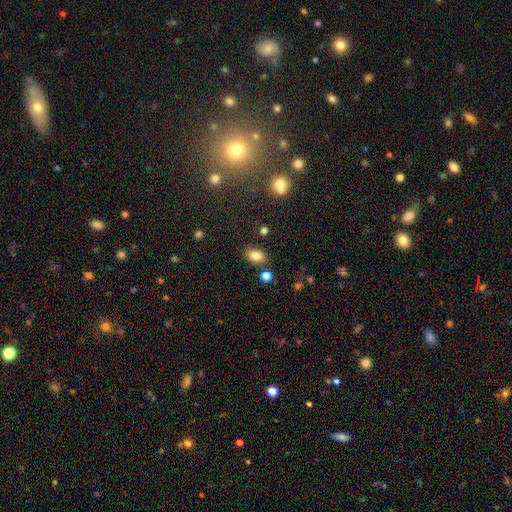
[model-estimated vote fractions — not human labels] Q: Smooth or featured?
A: smooth (83%); runner-up: star or artifact (10%)
Q: How rounded?
A: in between (85%); runner-up: round (14%)
Q: Merging?
A: none (83%); runner-up: minor disturbance (10%)